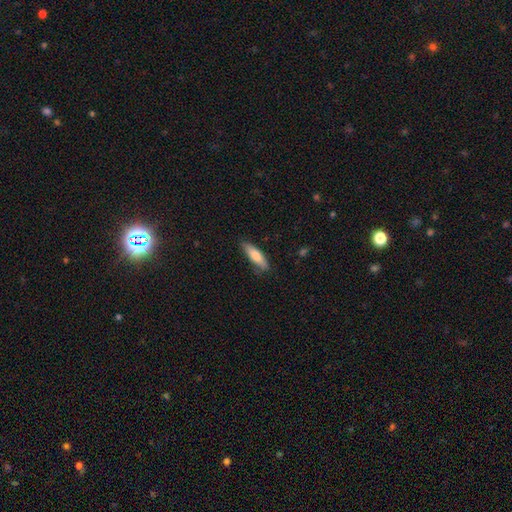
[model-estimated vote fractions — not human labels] A smooth galaxy with no disk features (72%) that is cigar-shaped (62%).

Vote fractions:
- Smooth or featured? smooth: 72% / featured or disk: 22% / star or artifact: 6%
- How rounded? cigar-shaped: 62% / in between: 36% / round: 2%
- Merging? none: 80% / minor disturbance: 16% / major disturbance: 3% / merger: 1%